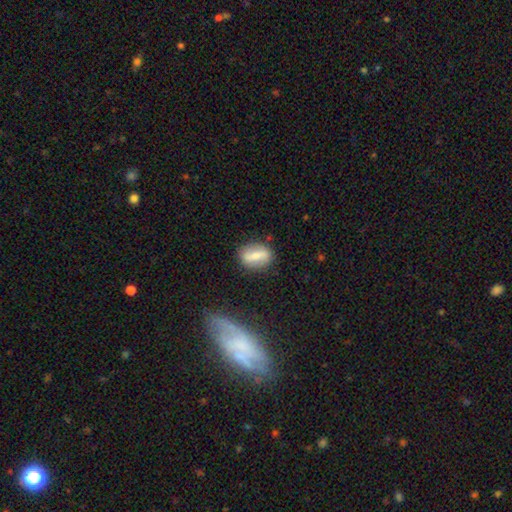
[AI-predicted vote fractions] Smooth or featured? Predicted: smooth (p=0.50). How rounded? Predicted: in between (p=0.68). Merging? Predicted: none (p=0.82).